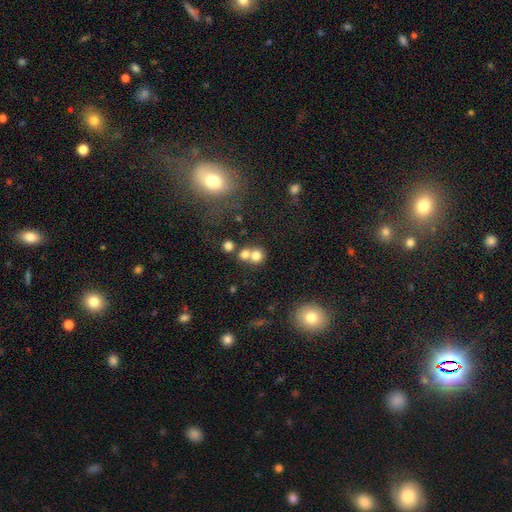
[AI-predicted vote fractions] Smooth or featured: smooth — 75% (star or artifact — 13%)
How rounded: round — 83% (in between — 16%)
Merging: merger — 49% (none — 41%)